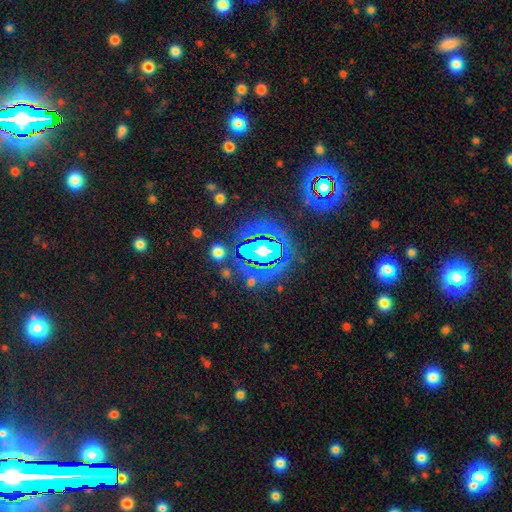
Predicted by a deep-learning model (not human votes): Smooth or featured? star or artifact (56%)